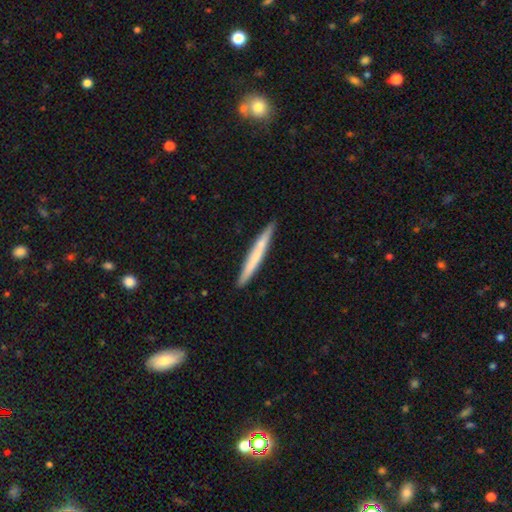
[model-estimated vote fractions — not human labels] smooth-or-featured: smooth: 59% | featured or disk: 36% | star or artifact: 5%
  how-rounded: cigar-shaped: 97% | in between: 2% | round: 1%
  merging: none: 91% | minor disturbance: 7% | major disturbance: 1% | merger: 1%